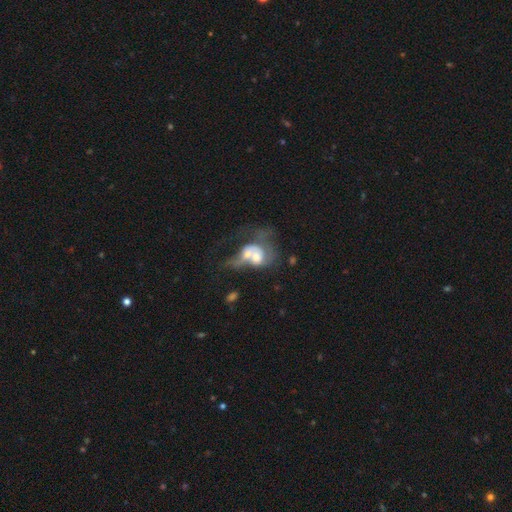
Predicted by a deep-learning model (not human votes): Smooth or featured? featured or disk (55%)
Edge-on disk? no (96%)
Bar? no (80%)
Spiral arms? no (54%)
Bulge size? moderate (51%)
Merging? merger (70%)